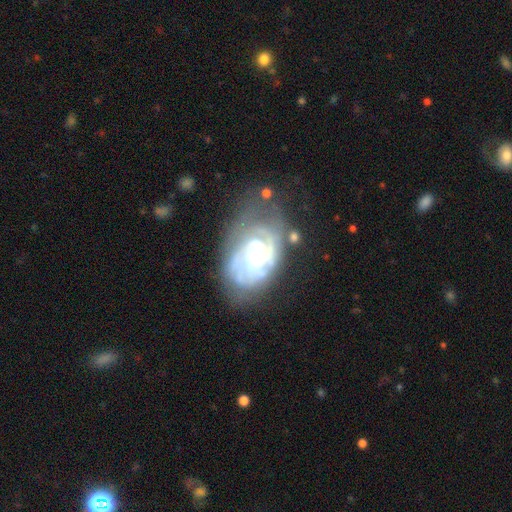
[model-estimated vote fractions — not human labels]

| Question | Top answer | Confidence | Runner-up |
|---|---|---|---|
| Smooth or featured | featured or disk | 86% | smooth (9%) |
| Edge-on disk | no | 97% | yes (3%) |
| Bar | no | 61% | weak (30%) |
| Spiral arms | yes | 94% | no (6%) |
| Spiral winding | tight | 66% | medium (28%) |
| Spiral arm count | can't tell | 32% | 2 (28%) |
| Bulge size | moderate | 59% | small (28%) |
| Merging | none | 56% | minor disturbance (25%) |